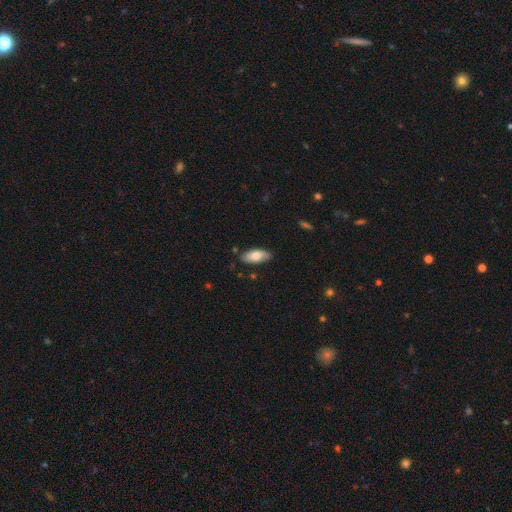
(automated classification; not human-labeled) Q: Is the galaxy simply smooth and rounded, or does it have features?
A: smooth — 78%.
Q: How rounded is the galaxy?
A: in between — 85%.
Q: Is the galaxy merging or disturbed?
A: none — 81%.